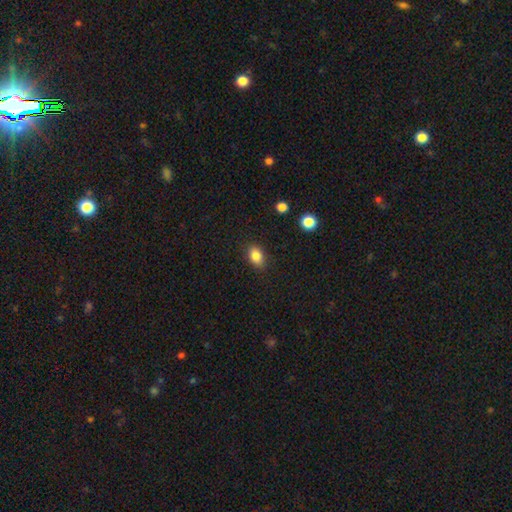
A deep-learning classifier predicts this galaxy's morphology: Smooth or featured? Predicted: smooth (p=0.85). How rounded? Predicted: in between (p=0.82). Merging? Predicted: none (p=0.86).